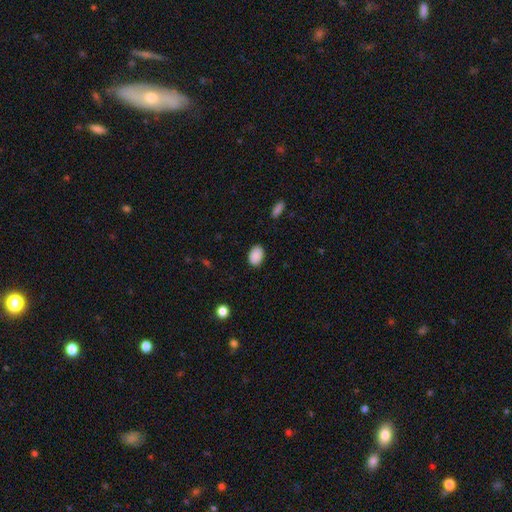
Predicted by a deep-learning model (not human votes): Overall: smooth (90%). How rounded: in between (84%). Merging: none (87%).